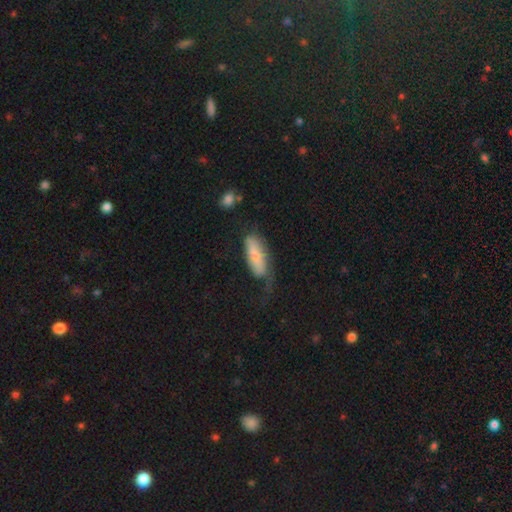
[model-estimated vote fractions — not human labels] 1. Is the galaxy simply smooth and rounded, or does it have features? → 75% smooth, 19% featured or disk, 6% star or artifact.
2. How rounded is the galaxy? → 62% in between, 37% cigar-shaped, 2% round.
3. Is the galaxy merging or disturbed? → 35% none, 31% major disturbance, 30% minor disturbance, 4% merger.